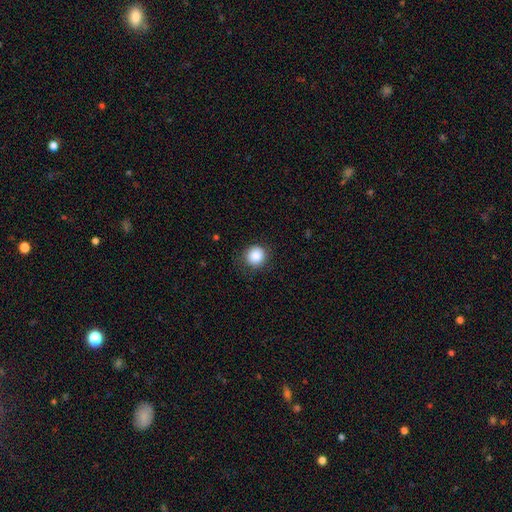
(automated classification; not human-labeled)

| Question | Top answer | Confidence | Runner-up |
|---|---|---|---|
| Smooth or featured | smooth | 86% | star or artifact (9%) |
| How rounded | round | 92% | in between (7%) |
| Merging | none | 84% | minor disturbance (12%) |